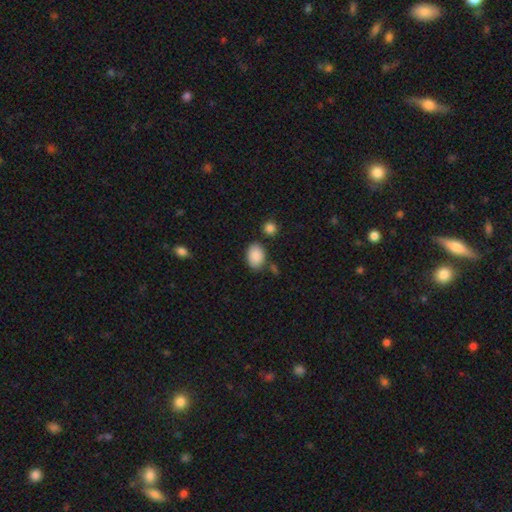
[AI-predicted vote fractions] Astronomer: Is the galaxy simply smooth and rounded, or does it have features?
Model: smooth — 88%.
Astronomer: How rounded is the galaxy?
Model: in between — 81%.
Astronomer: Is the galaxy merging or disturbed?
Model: none — 77%.